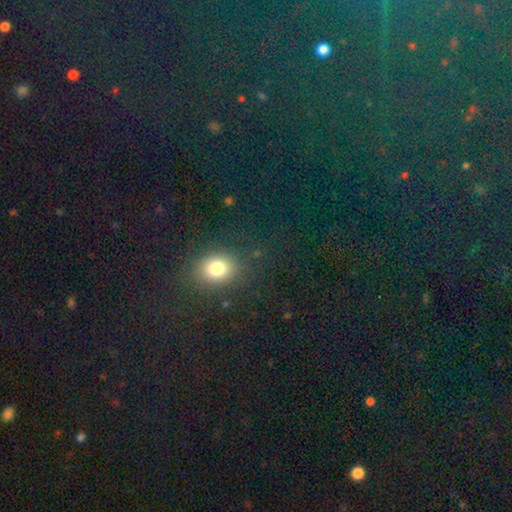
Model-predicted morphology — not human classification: This appears to be a smooth galaxy with no disk features (58%) that is in between round and cigar-shaped (50%). Merging: none (89%).